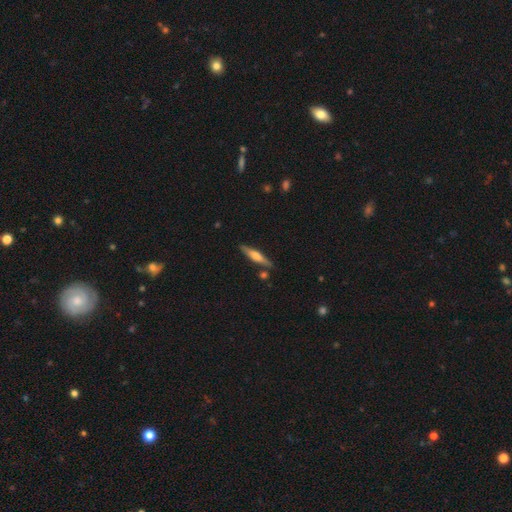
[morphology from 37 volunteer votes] Smooth or featured?
  - featured or disk: 57% *
  - smooth: 38%
  - star or artifact: 5%
Edge-on disk?
  - yes: 95% *
  - no: 5%
Edge-on bulge?
  - rounded: 70% *
  - boxy: 20%
  - none: 10%
Merging?
  - none: 89% *
  - minor disturbance: 6%
  - major disturbance: 3%
  - merger: 3%